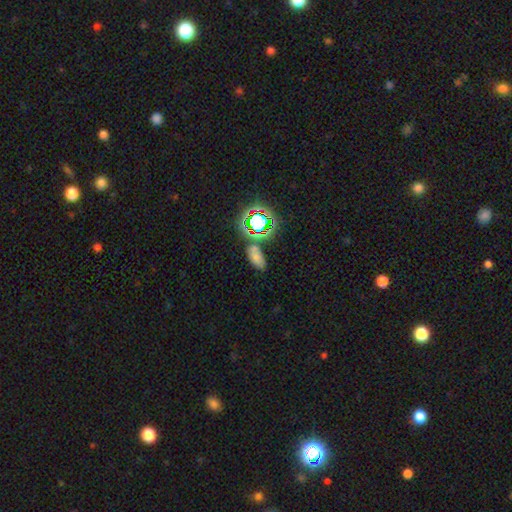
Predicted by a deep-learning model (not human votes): This is possibly a smooth galaxy (60%). How rounded: clearly in between (88%). Merging: likely none (65%).